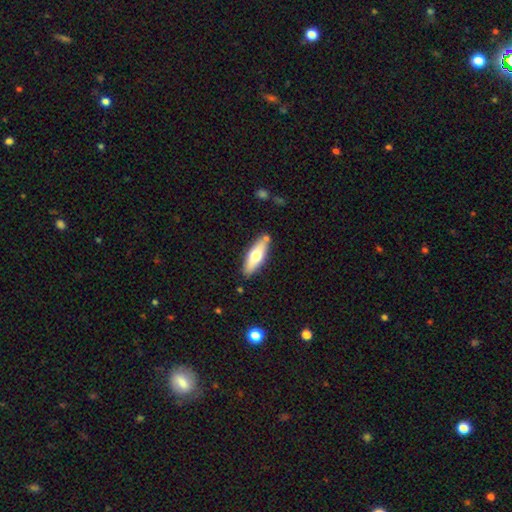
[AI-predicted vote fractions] The model was most divided on "how rounded": in between: 50%, cigar-shaped: 48%, round: 2%. More confident: merging — none (81%); smooth or featured — smooth (59%).